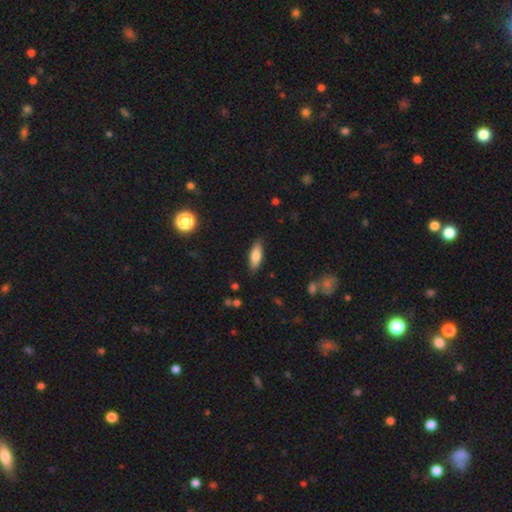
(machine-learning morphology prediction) smooth-or-featured: smooth: 79% | featured or disk: 14% | star or artifact: 7%
  how-rounded: in between: 63% | cigar-shaped: 35% | round: 2%
  merging: none: 86% | minor disturbance: 11% | major disturbance: 2% | merger: 1%